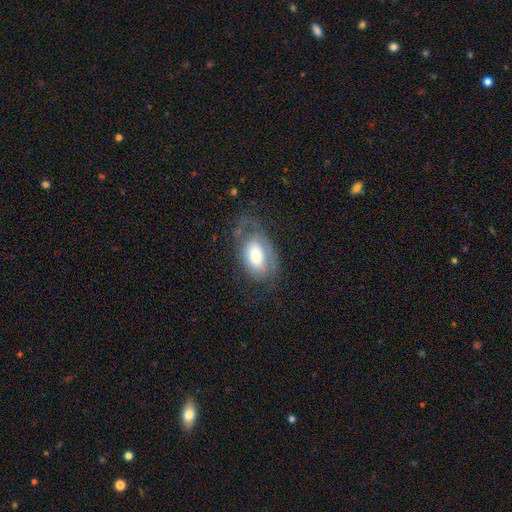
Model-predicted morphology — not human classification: Smooth or featured?
  - smooth: 48% *
  - featured or disk: 44%
  - star or artifact: 7%
Merging?
  - none: 43% *
  - major disturbance: 29%
  - minor disturbance: 26%
  - merger: 2%